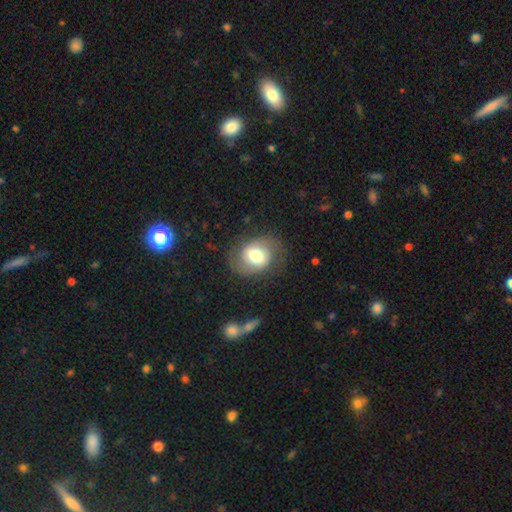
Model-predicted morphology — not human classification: smooth_or_featured: smooth (p=0.47) [alt: featured or disk p=0.45]
merging: none (p=0.70) [alt: minor disturbance p=0.18]